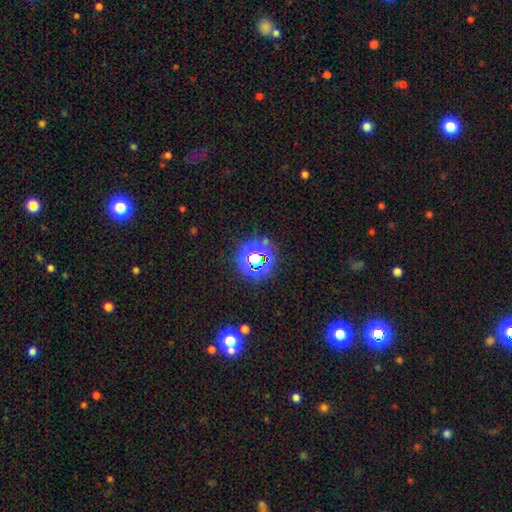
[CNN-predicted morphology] Q: Smooth or featured?
A: star or artifact (72%); runner-up: smooth (20%)